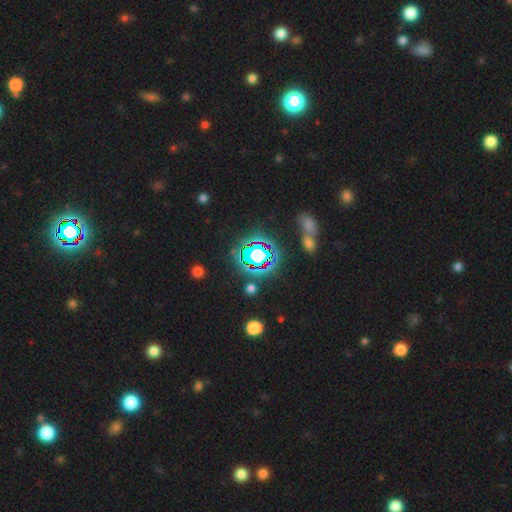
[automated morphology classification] Smooth or featured? Predicted: star or artifact (p=0.76).